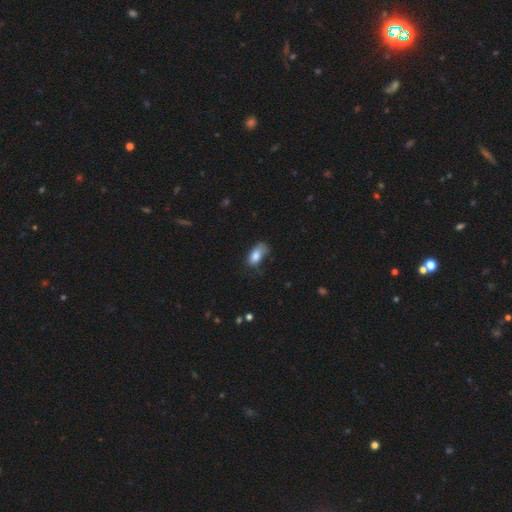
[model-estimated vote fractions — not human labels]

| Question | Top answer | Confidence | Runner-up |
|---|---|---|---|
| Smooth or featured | smooth | 82% | featured or disk (11%) |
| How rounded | in between | 91% | cigar-shaped (5%) |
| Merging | none | 45% | minor disturbance (36%) |